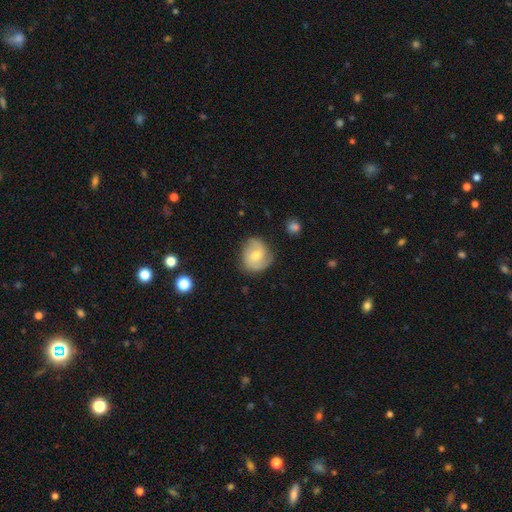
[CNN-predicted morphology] This appears to be a featured or disk galaxy (49%). Merging: none (67%).